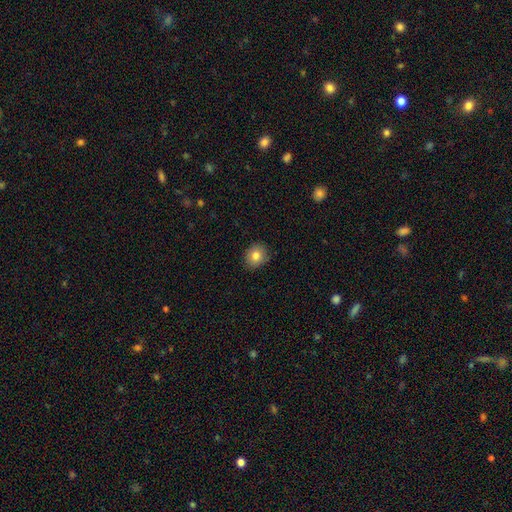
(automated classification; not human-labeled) The model was most divided on "how rounded": round: 76%, in between: 23%, cigar-shaped: 1%. More confident: merging — none (88%); smooth or featured — smooth (82%).